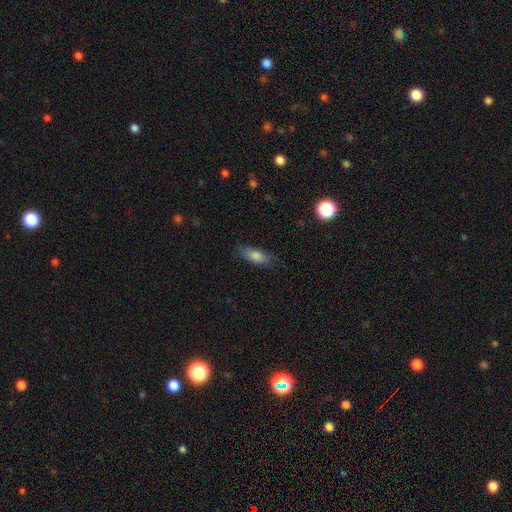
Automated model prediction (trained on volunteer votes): smooth_or_featured: smooth (p=0.78) [alt: featured or disk p=0.14]
how_rounded: in between (p=0.67) [alt: cigar-shaped p=0.30]
merging: none (p=0.78) [alt: minor disturbance p=0.17]